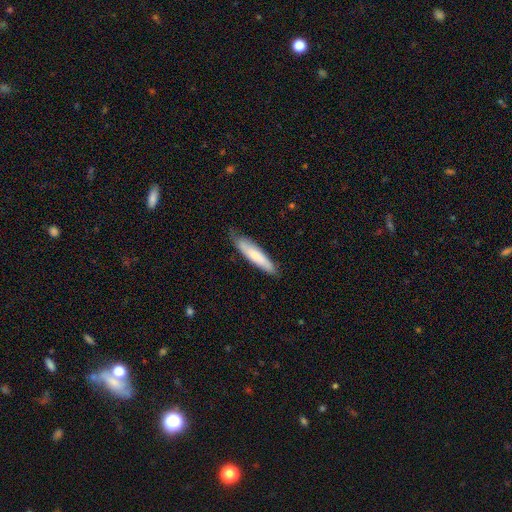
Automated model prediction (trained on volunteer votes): smooth-or-featured: smooth: 68% | featured or disk: 26% | star or artifact: 6%
  how-rounded: cigar-shaped: 78% | in between: 20% | round: 1%
  merging: none: 74% | minor disturbance: 21% | major disturbance: 4% | merger: 1%